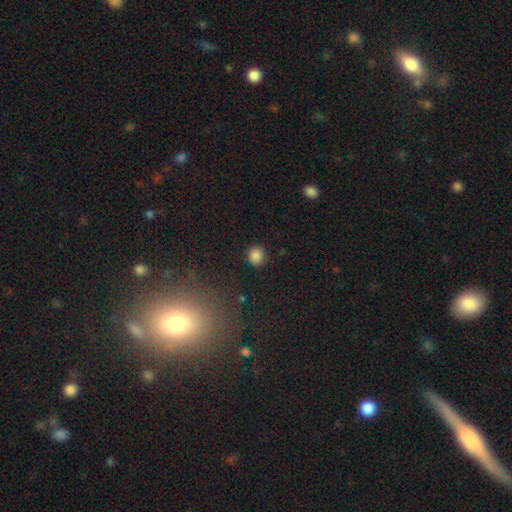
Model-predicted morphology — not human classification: This is clearly a smooth galaxy (84%). How rounded: clearly round (90%). Merging: clearly none (88%).